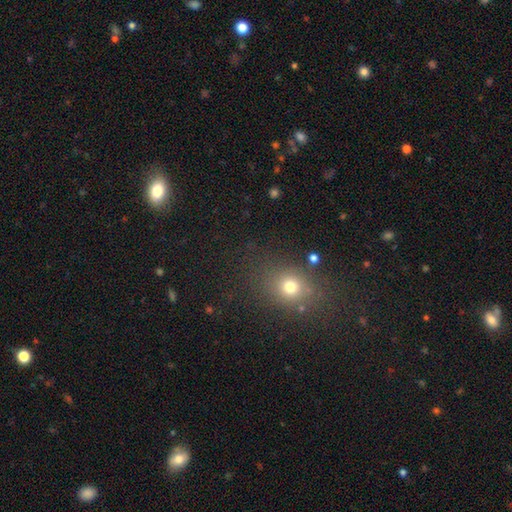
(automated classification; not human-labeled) Overall: smooth (59%; star or artifact 32%). How rounded: round (53%; in between 44%). Merging: none (85%).